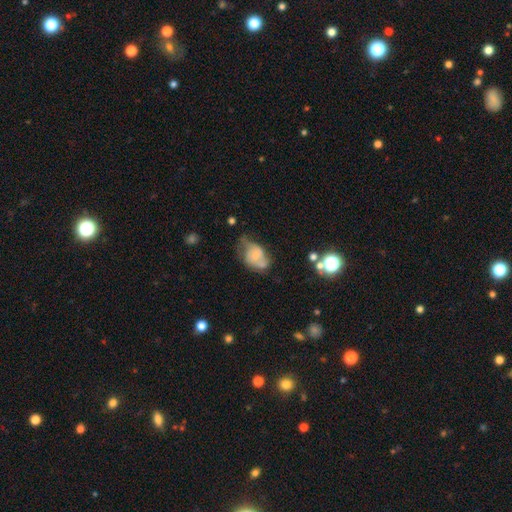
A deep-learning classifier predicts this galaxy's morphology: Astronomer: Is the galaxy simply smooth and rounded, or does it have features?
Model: smooth — 45%, tied with featured or disk at 45%.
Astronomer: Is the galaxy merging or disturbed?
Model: minor disturbance — 34% (runner-up: none, 29%).